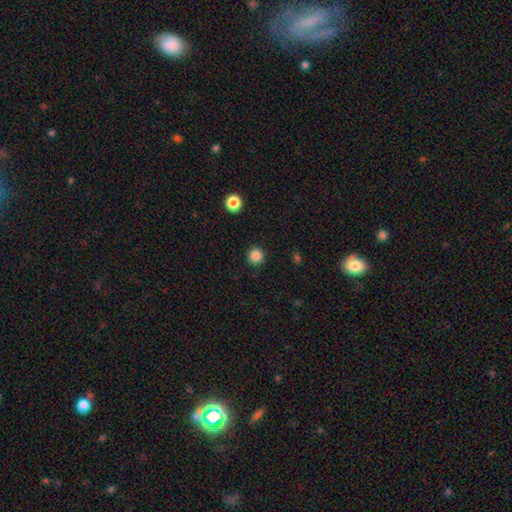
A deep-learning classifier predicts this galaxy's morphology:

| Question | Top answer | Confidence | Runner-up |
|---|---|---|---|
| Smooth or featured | smooth | 85% | star or artifact (12%) |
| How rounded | round | 95% | in between (5%) |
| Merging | none | 91% | minor disturbance (6%) |